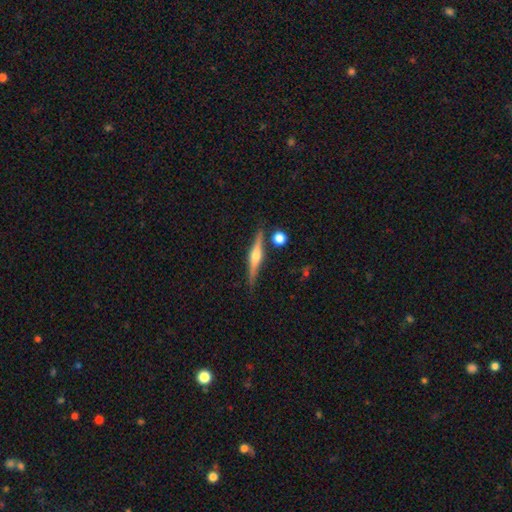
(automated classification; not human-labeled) A featured or disk galaxy (70%) viewed edge-on (97%) with a rounded central bulge (88%). Merging: none (84%).